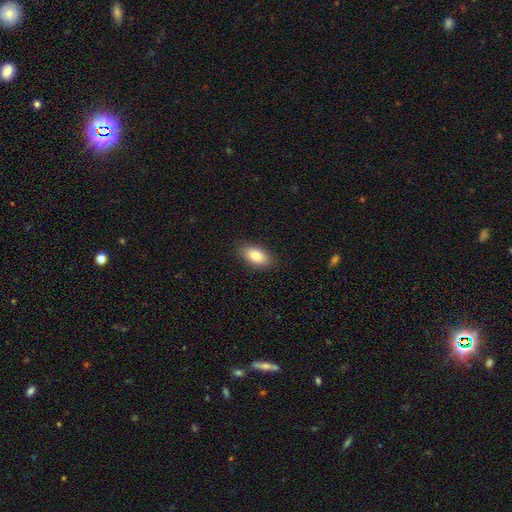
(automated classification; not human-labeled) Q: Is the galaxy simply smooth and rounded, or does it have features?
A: smooth — 83%.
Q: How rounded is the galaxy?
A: in between — 91%.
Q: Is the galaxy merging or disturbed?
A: none — 86%.